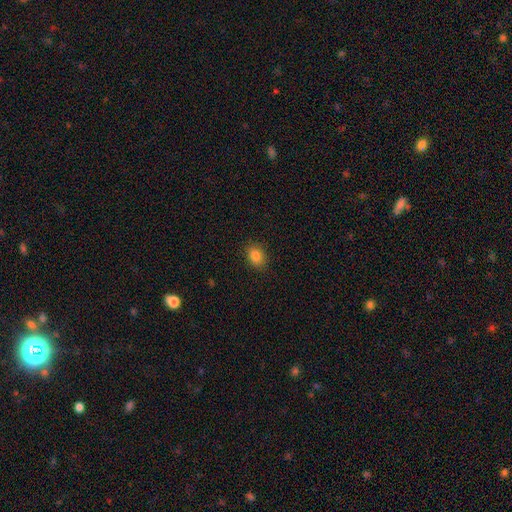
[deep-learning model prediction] smooth 84%, star or artifact 10%, featured or disk 6%. Down the decision tree: how rounded — in between (68%); merging — none (87%).